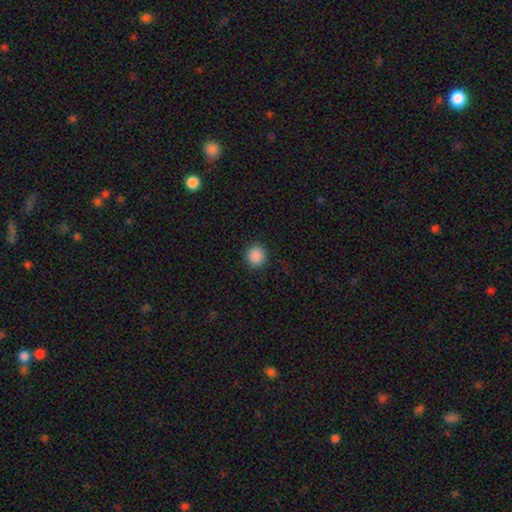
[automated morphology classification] smooth-or-featured: smooth: 89% | star or artifact: 9% | featured or disk: 2%
  how-rounded: round: 93% | in between: 6% | cigar-shaped: 1%
  merging: none: 92% | minor disturbance: 5% | major disturbance: 2% | merger: 1%